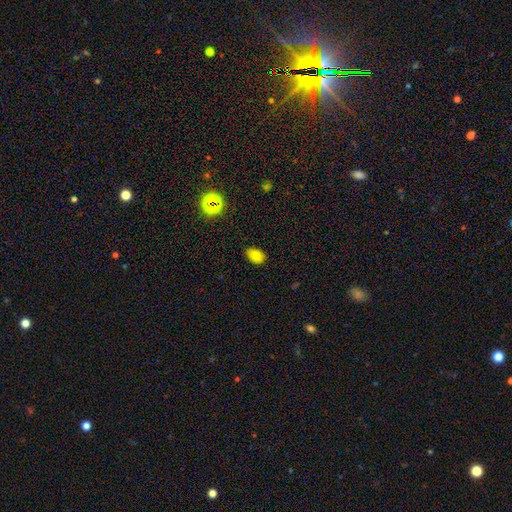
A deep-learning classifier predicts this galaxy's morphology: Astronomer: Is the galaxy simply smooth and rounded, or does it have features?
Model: smooth — 81%.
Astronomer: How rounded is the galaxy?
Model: in between — 85%.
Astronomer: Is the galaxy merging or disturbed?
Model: none — 83%.